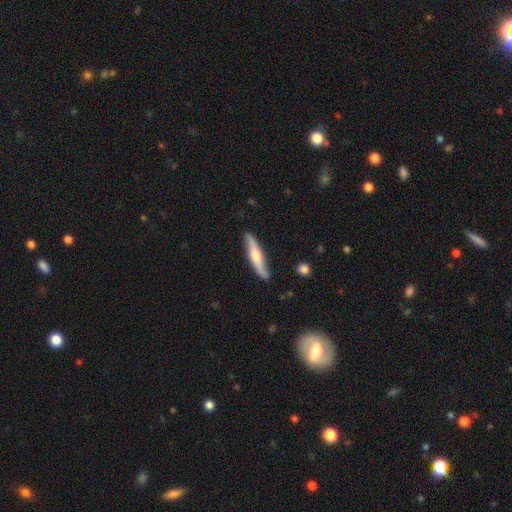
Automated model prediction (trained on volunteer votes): Smooth or featured: featured or disk — 57% (smooth — 39%)
Edge-on disk: yes — 73% (no — 27%)
Merging: none — 81% (minor disturbance — 14%)